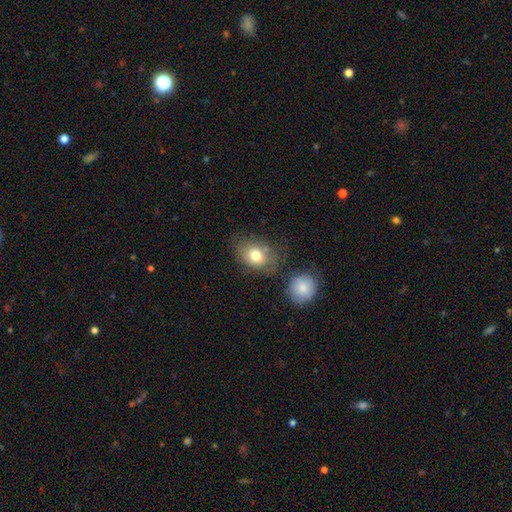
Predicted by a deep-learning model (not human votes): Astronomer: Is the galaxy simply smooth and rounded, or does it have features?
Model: smooth — 77%.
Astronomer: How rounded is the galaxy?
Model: in between — 58% (runner-up: round, 41%).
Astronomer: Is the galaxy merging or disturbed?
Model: none — 59%.